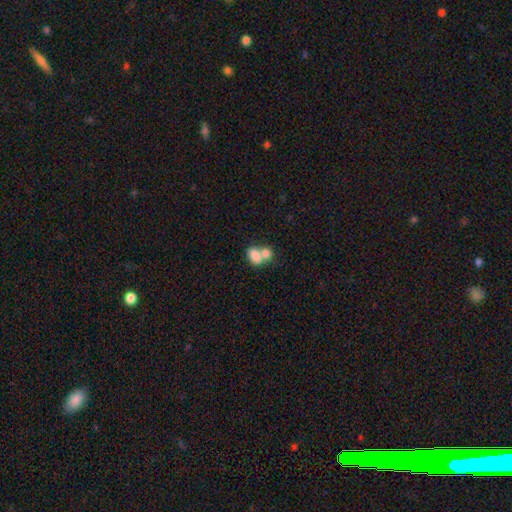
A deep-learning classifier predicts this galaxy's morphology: A smooth galaxy with no disk features (79%) that is in between round and cigar-shaped (82%). Merging: merger (66%).